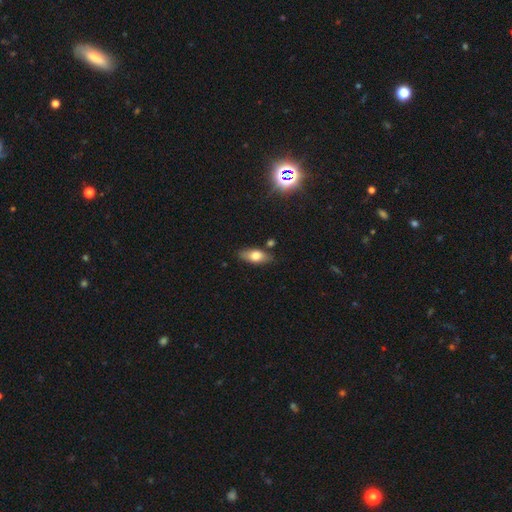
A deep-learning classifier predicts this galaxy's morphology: Smooth or featured: smooth — 70% (featured or disk — 22%)
How rounded: in between — 81% (cigar-shaped — 15%)
Merging: none — 80% (minor disturbance — 13%)